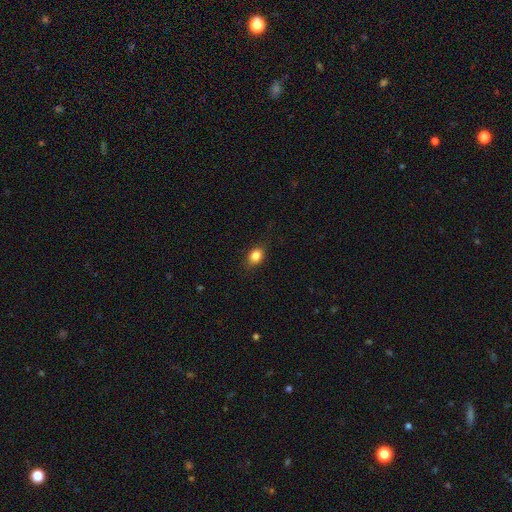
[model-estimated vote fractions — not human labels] Smooth or featured?
  - smooth: 85% *
  - star or artifact: 10%
  - featured or disk: 6%
How rounded?
  - in between: 64% *
  - round: 35%
  - cigar-shaped: 1%
Merging?
  - none: 85% *
  - minor disturbance: 11%
  - major disturbance: 3%
  - merger: 1%